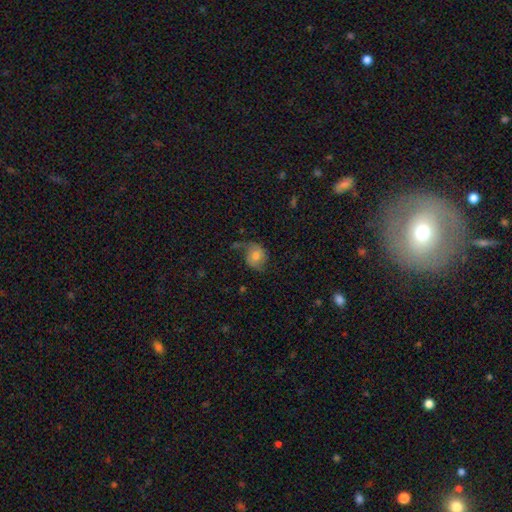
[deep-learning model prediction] Smooth or featured: smooth — 62% (featured or disk — 29%)
How rounded: round — 64% (in between — 35%)
Merging: none — 52% (minor disturbance — 29%)